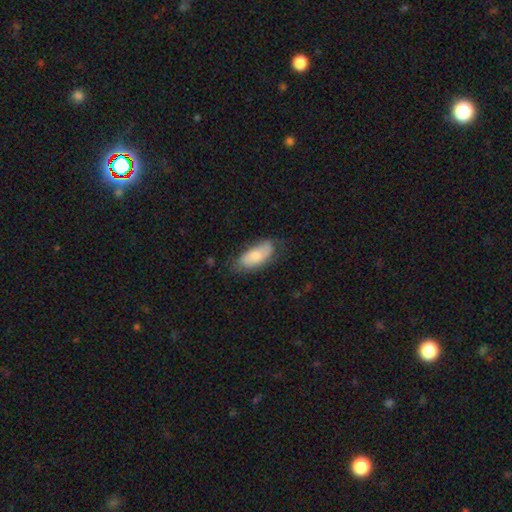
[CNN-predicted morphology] This appears to be a smooth galaxy with no disk features (71%) that is in between round and cigar-shaped (89%). Merging: none (61%).